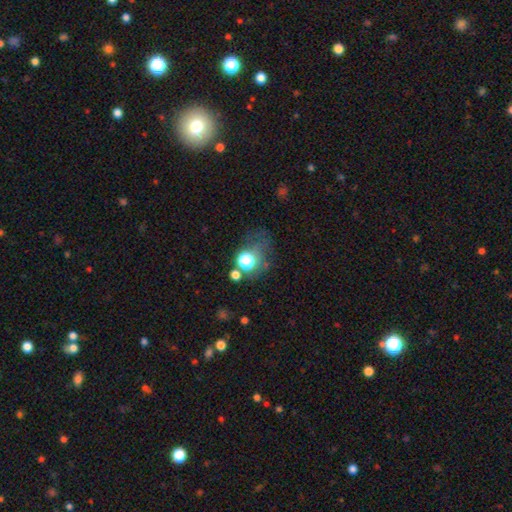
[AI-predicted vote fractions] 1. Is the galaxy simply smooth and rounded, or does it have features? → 42% smooth (tied), 42% star or artifact (tied), 16% featured or disk.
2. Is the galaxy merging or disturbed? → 52% none, 22% major disturbance, 18% minor disturbance, 8% merger.